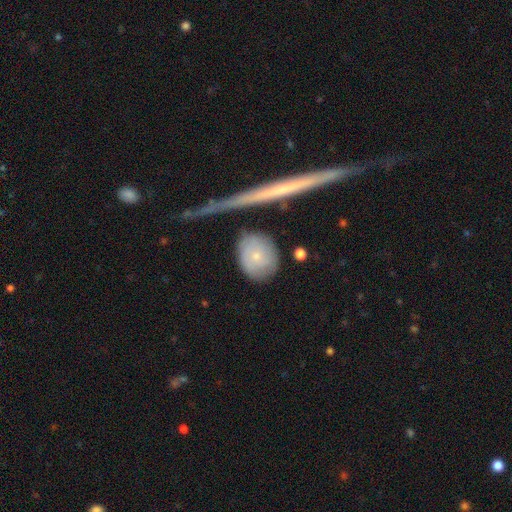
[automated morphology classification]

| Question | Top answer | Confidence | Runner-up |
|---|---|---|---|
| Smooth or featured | smooth | 60% | featured or disk (33%) |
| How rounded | round | 53% | in between (44%) |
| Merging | none | 72% | minor disturbance (18%) |